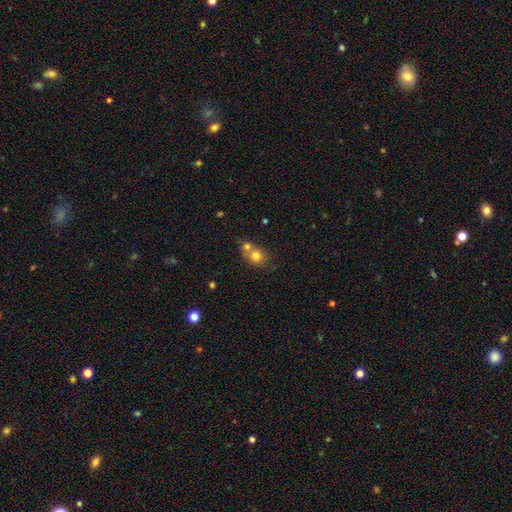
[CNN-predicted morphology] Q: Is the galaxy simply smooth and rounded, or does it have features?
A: smooth — 77%.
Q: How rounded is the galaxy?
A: round — 74%.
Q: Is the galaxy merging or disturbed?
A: merger — 50%.